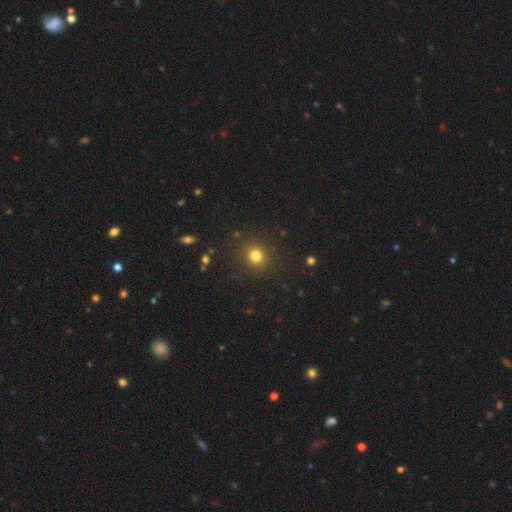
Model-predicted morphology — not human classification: This is likely a smooth galaxy (79%). How rounded: clearly round (83%). Merging: clearly none (87%).